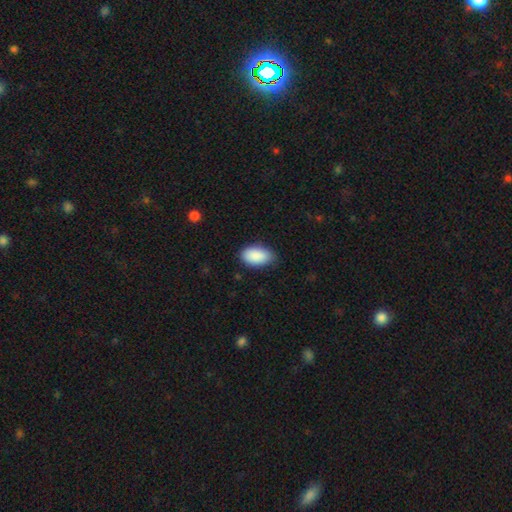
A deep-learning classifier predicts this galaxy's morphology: Q: Smooth or featured?
A: smooth (90%); runner-up: star or artifact (6%)
Q: How rounded?
A: in between (94%); runner-up: round (4%)
Q: Merging?
A: none (78%); runner-up: minor disturbance (18%)